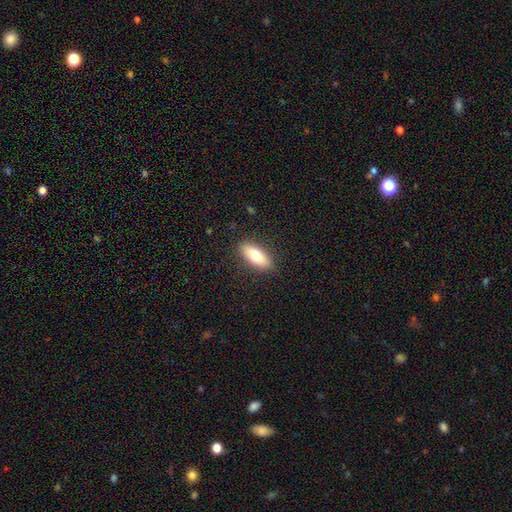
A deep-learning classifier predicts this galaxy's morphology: smooth 74%, featured or disk 19%, star or artifact 7%. Down the decision tree: how rounded — in between (71%); merging — none (88%).